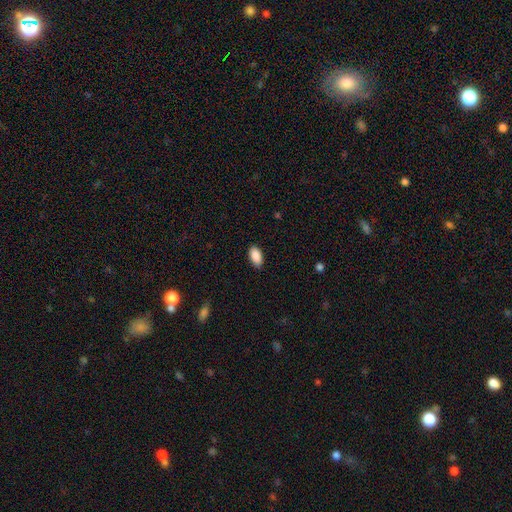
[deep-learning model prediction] Smooth or featured? smooth (90%)
How rounded? in between (94%)
Merging? none (87%)